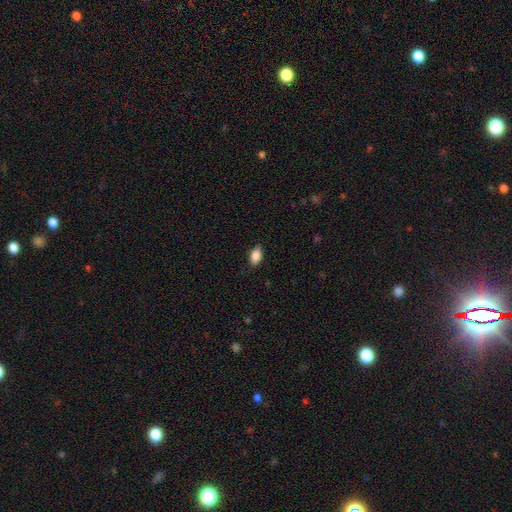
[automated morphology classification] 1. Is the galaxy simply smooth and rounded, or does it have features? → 87% smooth, 8% star or artifact, 6% featured or disk.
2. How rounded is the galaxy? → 90% in between, 6% round, 4% cigar-shaped.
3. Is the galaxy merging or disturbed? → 83% none, 14% minor disturbance, 3% major disturbance, 1% merger.